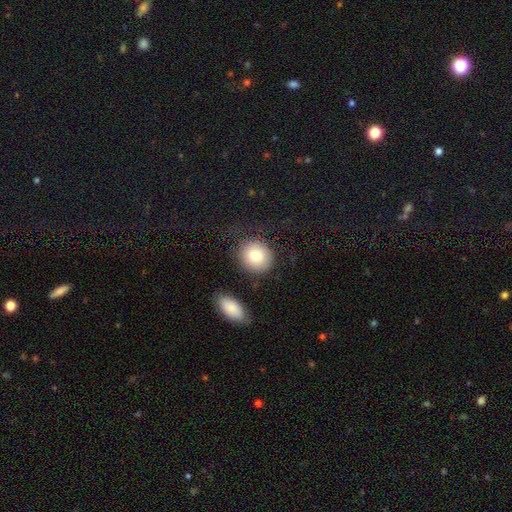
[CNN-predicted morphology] Smooth or featured?
  - smooth: 80% *
  - featured or disk: 12%
  - star or artifact: 8%
How rounded?
  - round: 83% *
  - in between: 16%
  - cigar-shaped: 1%
Merging?
  - none: 77% *
  - minor disturbance: 12%
  - merger: 6%
  - major disturbance: 6%